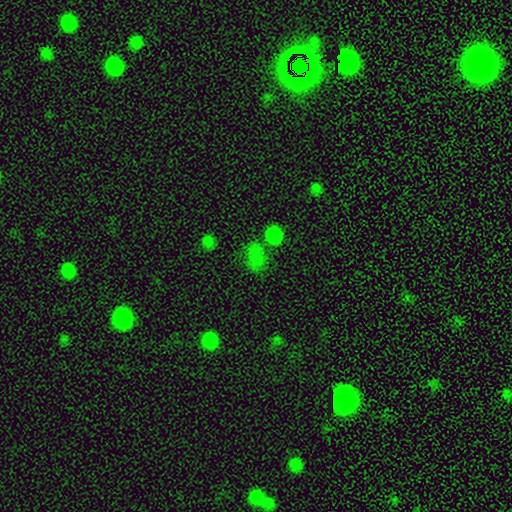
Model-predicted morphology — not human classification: type=smooth (59%); roundness=in between (59%); merging=none (60%).